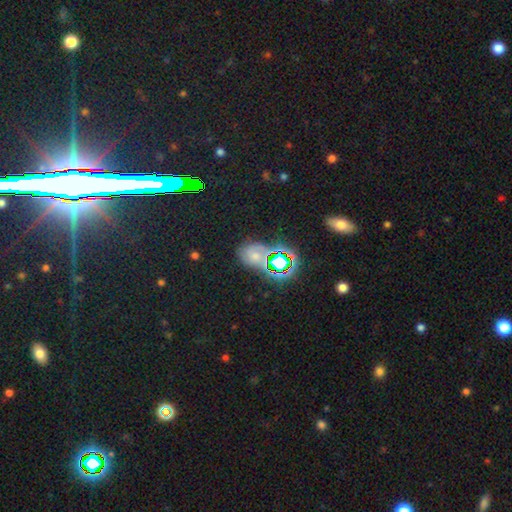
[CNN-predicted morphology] smooth_or_featured: star or artifact (p=0.42) [alt: smooth p=0.39]